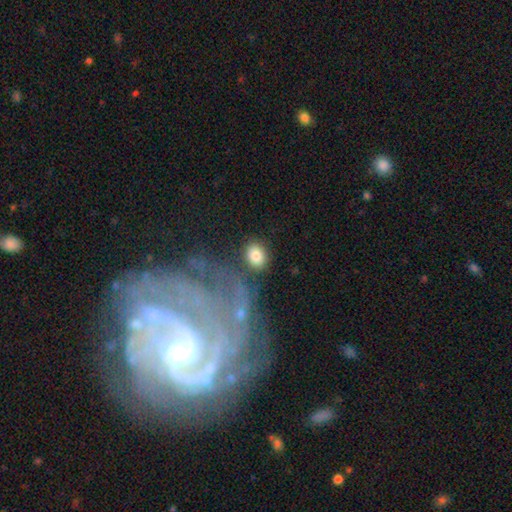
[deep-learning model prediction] smooth_or_featured: smooth (p=0.83) [alt: featured or disk p=0.09]
how_rounded: in between (p=0.66) [alt: round p=0.33]
merging: none (p=0.77) [alt: minor disturbance p=0.12]